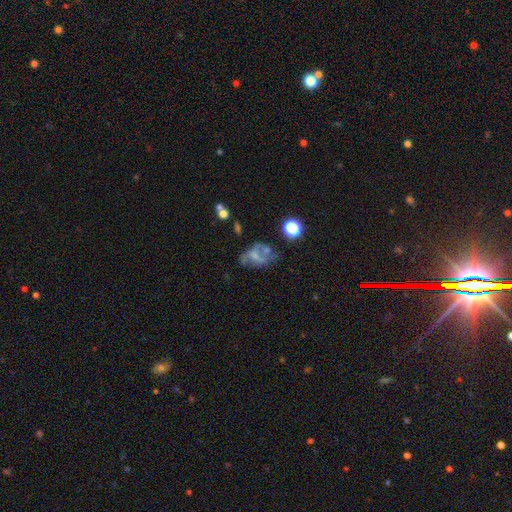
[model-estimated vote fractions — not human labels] A featured or disk galaxy (52%) with no bar (62%), no spiral arms (58%) and no central bulge (47%).

Vote fractions:
- Smooth or featured? featured or disk: 52% / smooth: 33% / star or artifact: 15%
- Edge-on disk? no: 97% / yes: 3%
- Bar? no: 62% / weak: 28% / strong: 10%
- Spiral arms? no: 58% / yes: 42%
- Bulge size? none: 47% / small: 27% / moderate: 20% / large: 4% / dominant: 2%
- Merging? none: 34% / major disturbance: 29% / minor disturbance: 22% / merger: 15%